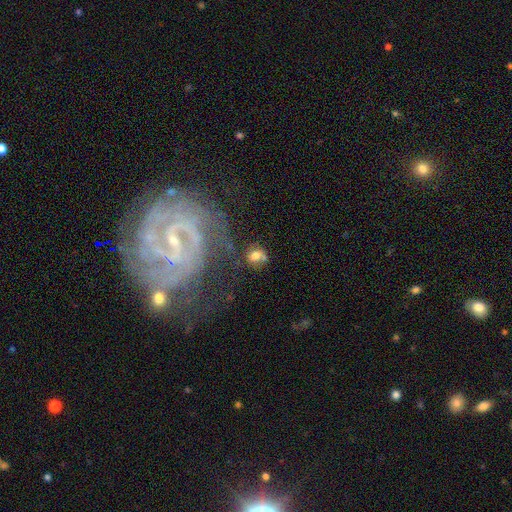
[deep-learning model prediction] smooth-or-featured: smooth: 63% | featured or disk: 23% | star or artifact: 14%
  how-rounded: round: 62% | in between: 36% | cigar-shaped: 2%
  merging: none: 52% | merger: 20% | minor disturbance: 17% | major disturbance: 11%